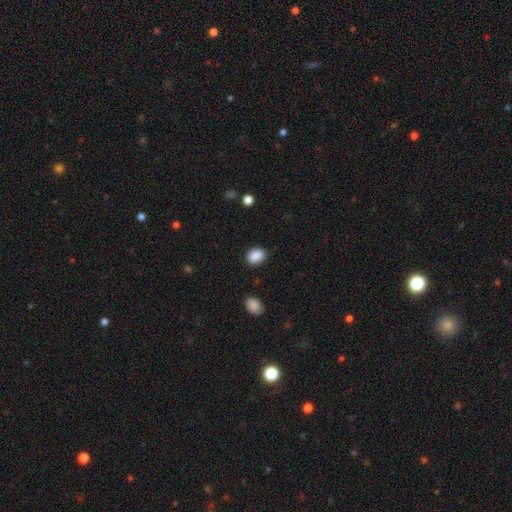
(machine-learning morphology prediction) A smooth galaxy with no disk features (89%) that is in between round and cigar-shaped (61%).

Vote fractions:
- Smooth or featured? smooth: 89% / star or artifact: 8% / featured or disk: 3%
- How rounded? in between: 61% / round: 38% / cigar-shaped: 1%
- Merging? none: 85% / minor disturbance: 10% / major disturbance: 3% / merger: 2%